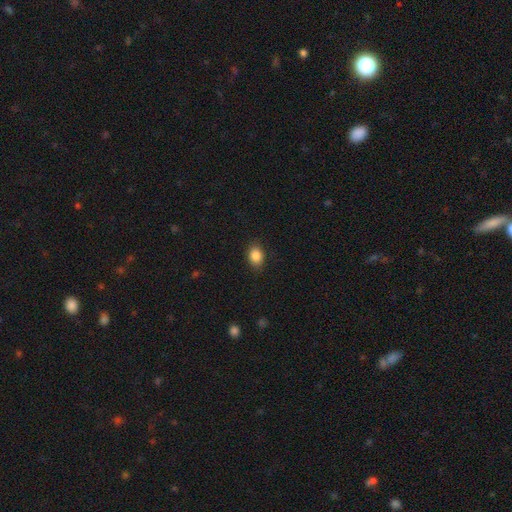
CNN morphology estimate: This is clearly a smooth galaxy (86%). How rounded: likely in between (68%). Merging: clearly none (86%).